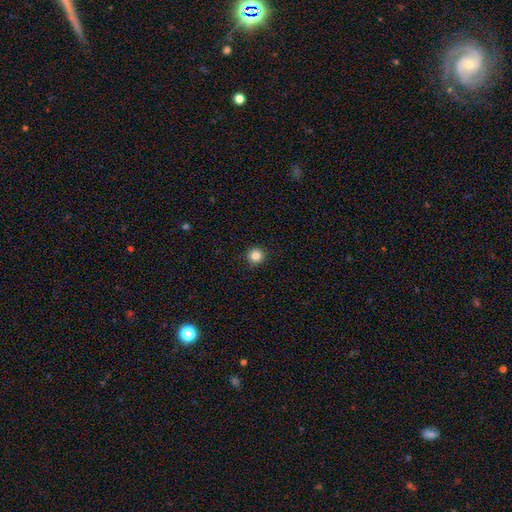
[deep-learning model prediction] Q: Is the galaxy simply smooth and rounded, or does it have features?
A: smooth — 84%.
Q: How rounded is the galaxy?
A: round — 95%.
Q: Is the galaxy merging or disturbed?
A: none — 93%.